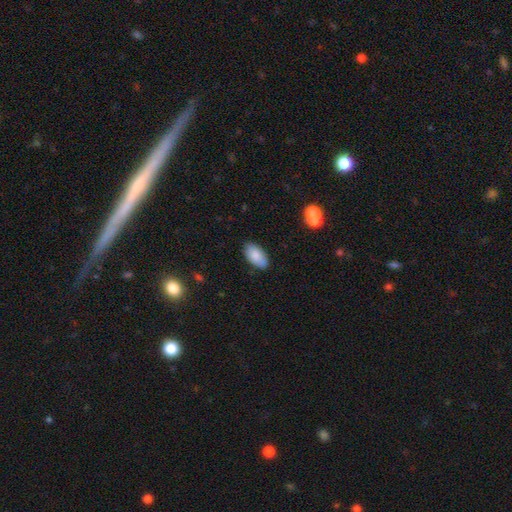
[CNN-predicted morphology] A smooth galaxy with no disk features (85%) that is in between round and cigar-shaped (95%). Merging: none (84%).